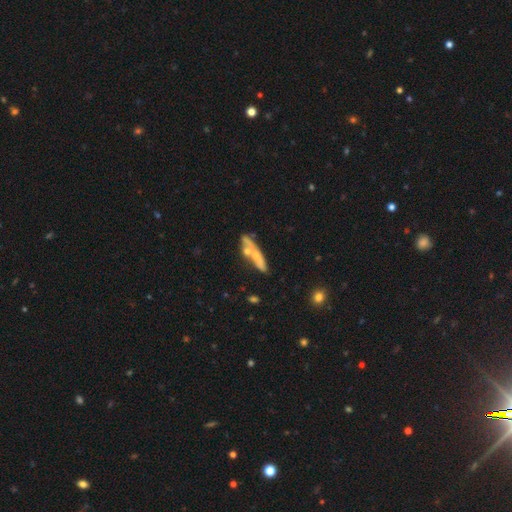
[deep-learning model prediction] featured or disk 46% (tied), smooth 46% (tied), star or artifact 8%. Down the decision tree: merging — none (49%).